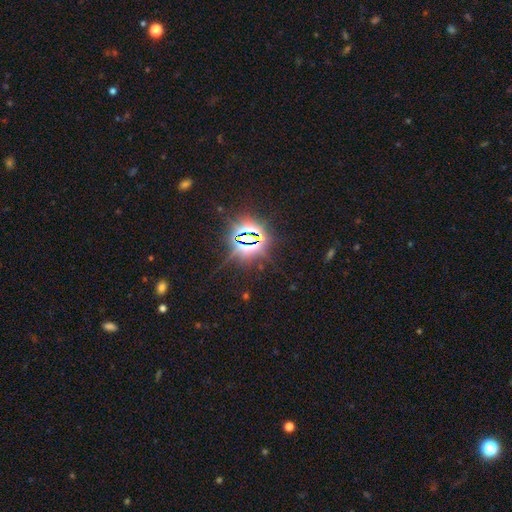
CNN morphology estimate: star or artifact 84%, smooth 9%, featured or disk 7%.